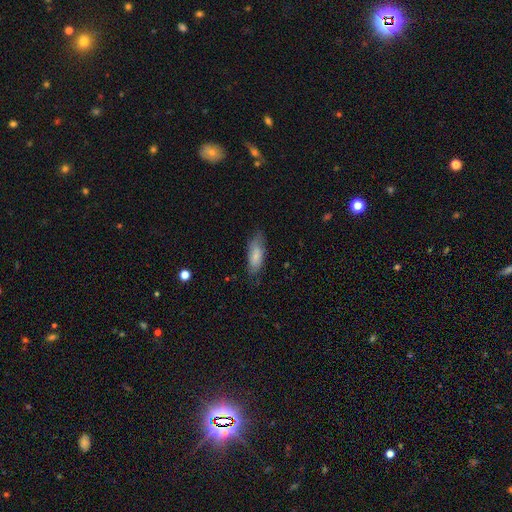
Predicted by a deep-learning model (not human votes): This is likely a smooth galaxy (77%). How rounded: likely in between (71%). Merging: likely none (69%).